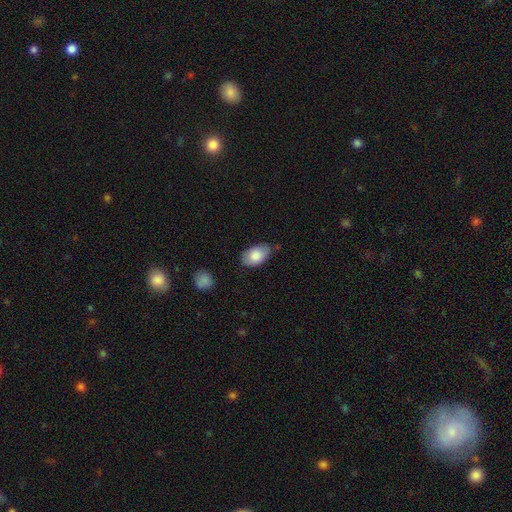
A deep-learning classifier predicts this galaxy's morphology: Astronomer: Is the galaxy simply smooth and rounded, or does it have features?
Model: smooth — 85%.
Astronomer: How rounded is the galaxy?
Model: in between — 92%.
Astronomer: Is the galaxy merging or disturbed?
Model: none — 70%.